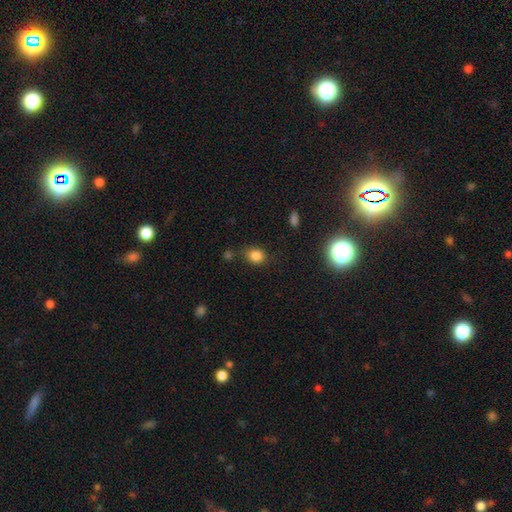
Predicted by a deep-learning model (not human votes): A smooth galaxy with no disk features (84%) that is round (49%, tied with in between). Merging: none (76%).